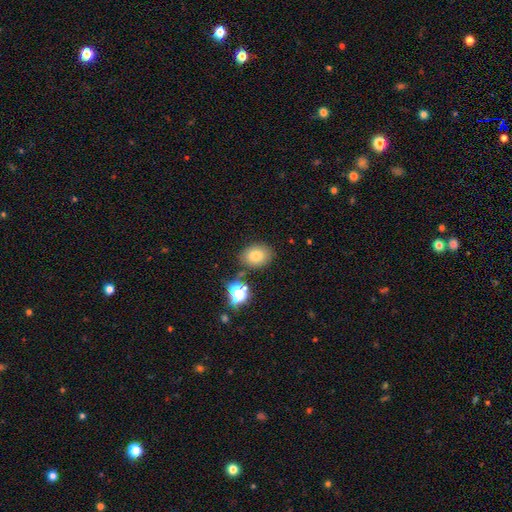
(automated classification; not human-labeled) This appears to be a smooth galaxy with no disk features (77%) that is in between round and cigar-shaped (60%). Merging: none (79%).